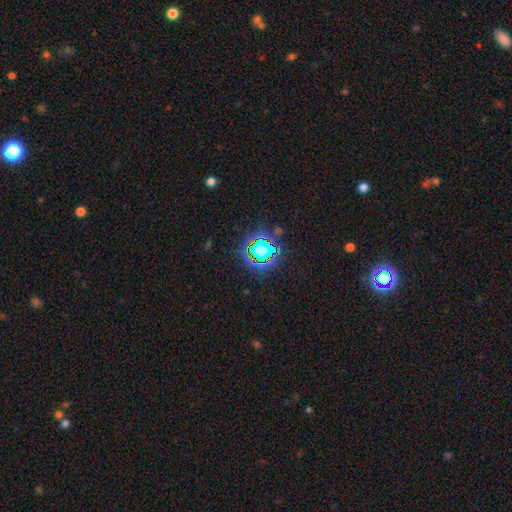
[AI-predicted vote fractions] Smooth or featured: star or artifact — 73% (smooth — 17%)